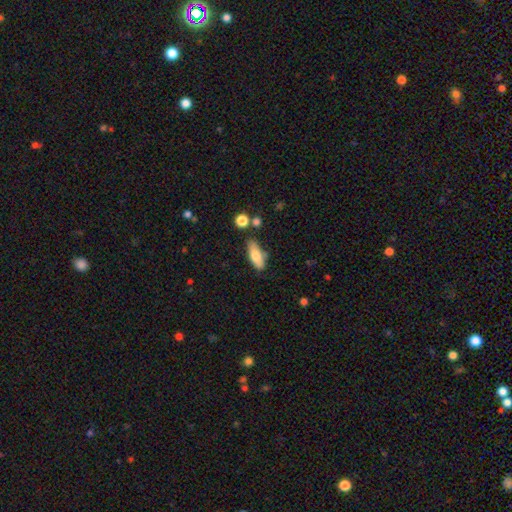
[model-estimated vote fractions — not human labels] The model was most divided on "how rounded": in between: 69%, cigar-shaped: 28%, round: 3%. More confident: smooth or featured — smooth (72%); merging — none (71%).